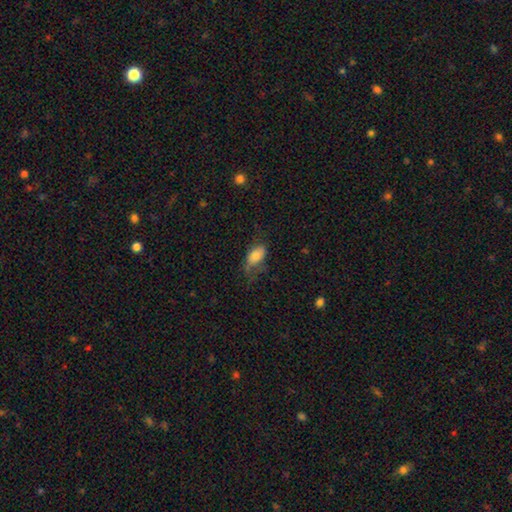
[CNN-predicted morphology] This is likely a smooth galaxy (73%). How rounded: clearly in between (91%). Merging: marginally none (39%).